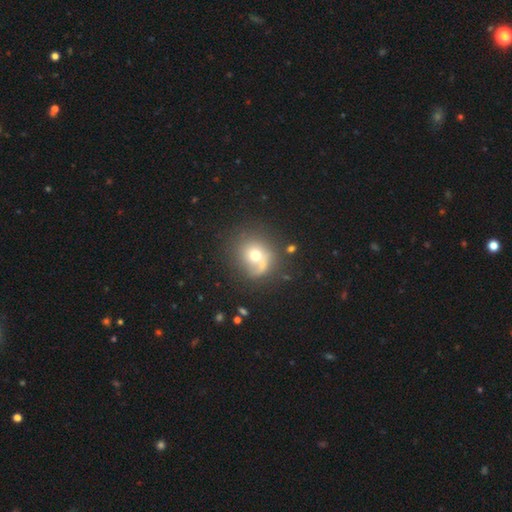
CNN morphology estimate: Smooth or featured: smooth — 56% (featured or disk — 31%)
How rounded: round — 80% (in between — 19%)
Merging: none — 53% (minor disturbance — 22%)